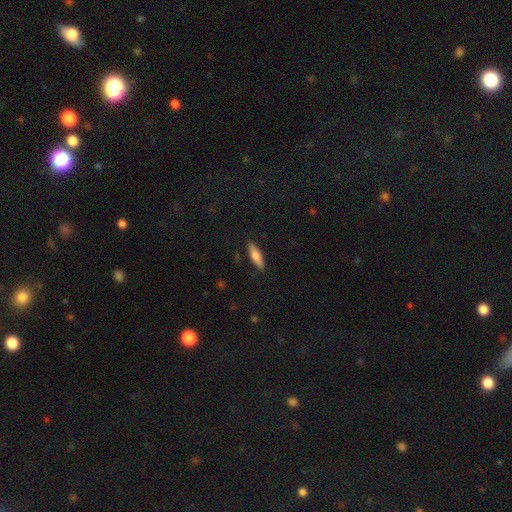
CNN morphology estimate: This is likely a smooth galaxy (65%). How rounded: likely cigar-shaped (66%). Merging: clearly none (89%).